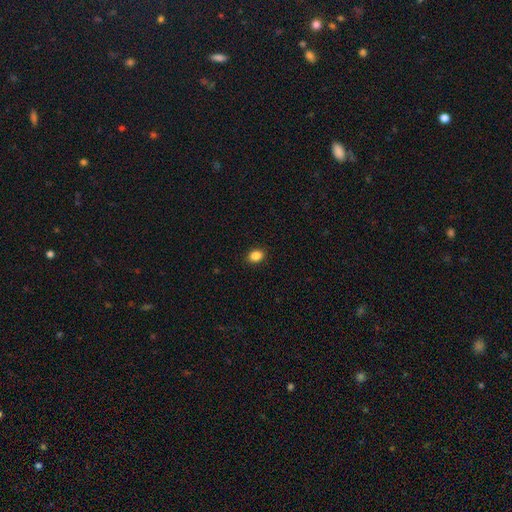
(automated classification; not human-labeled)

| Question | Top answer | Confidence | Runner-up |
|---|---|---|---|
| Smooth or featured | smooth | 87% | star or artifact (10%) |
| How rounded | in between | 60% | round (39%) |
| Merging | none | 90% | minor disturbance (7%) |